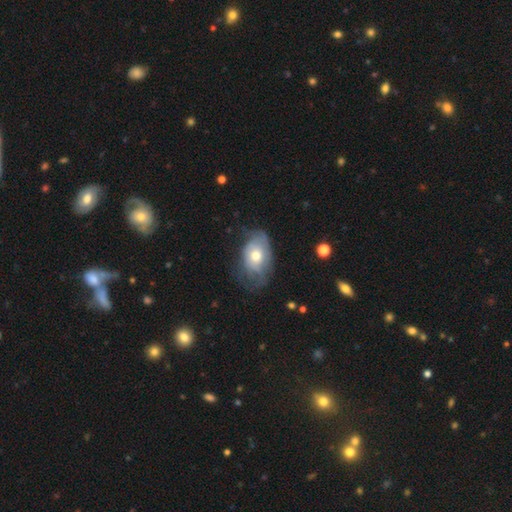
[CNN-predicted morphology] Q: Smooth or featured?
A: smooth (51%); runner-up: featured or disk (41%)
Q: How rounded?
A: in between (83%); runner-up: round (16%)
Q: Merging?
A: none (42%); runner-up: minor disturbance (34%)